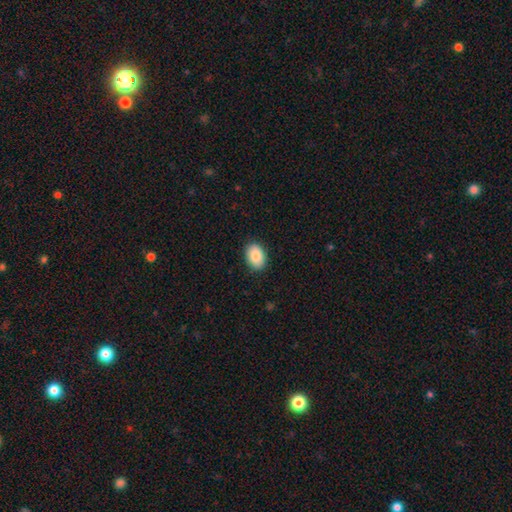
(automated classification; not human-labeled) This is clearly a smooth galaxy (88%). How rounded: clearly in between (85%). Merging: clearly none (89%).